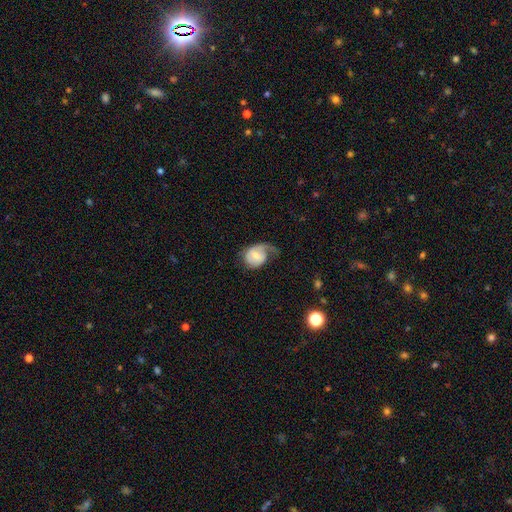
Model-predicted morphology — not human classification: type=featured or disk (54%); edge-on=no (97%); bar=weak (46%); spiral arms=yes (83%); bulge=small (44%); merging=major disturbance (41%).